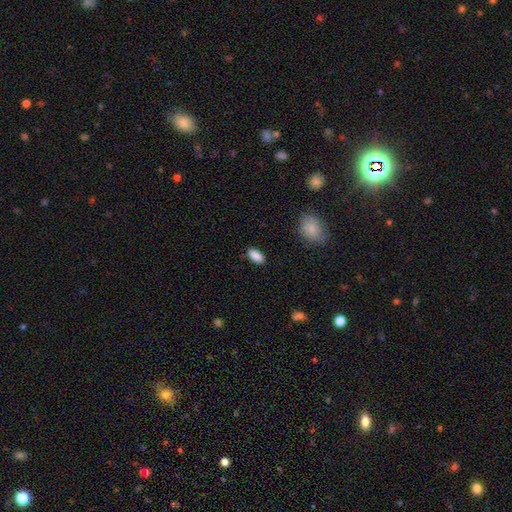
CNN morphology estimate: A smooth galaxy with no disk features (88%) that is in between round and cigar-shaped (90%).

Vote fractions:
- Smooth or featured? smooth: 88% / star or artifact: 8% / featured or disk: 4%
- How rounded? in between: 90% / cigar-shaped: 7% / round: 3%
- Merging? none: 86% / minor disturbance: 11% / major disturbance: 2% / merger: 1%